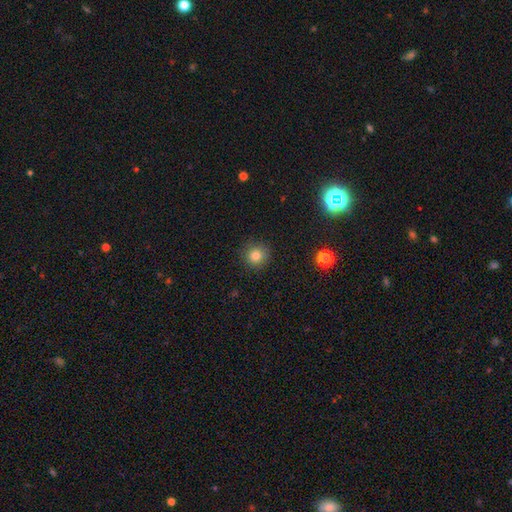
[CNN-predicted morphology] Q: Smooth or featured?
A: smooth (81%); runner-up: star or artifact (13%)
Q: How rounded?
A: round (93%); runner-up: in between (6%)
Q: Merging?
A: none (90%); runner-up: minor disturbance (7%)